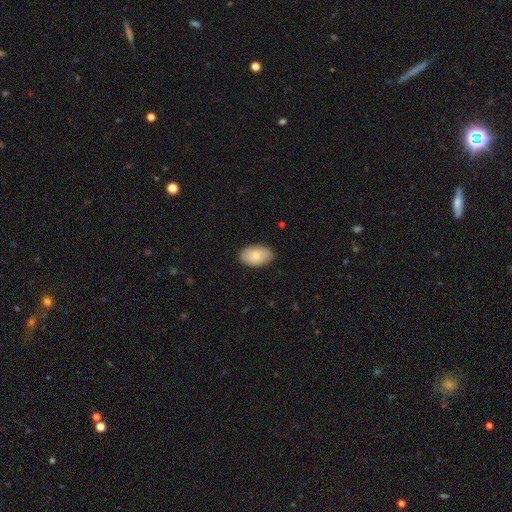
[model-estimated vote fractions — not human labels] Smooth or featured: smooth — 83% (featured or disk — 11%)
How rounded: in between — 93% (round — 6%)
Merging: none — 86% (minor disturbance — 11%)